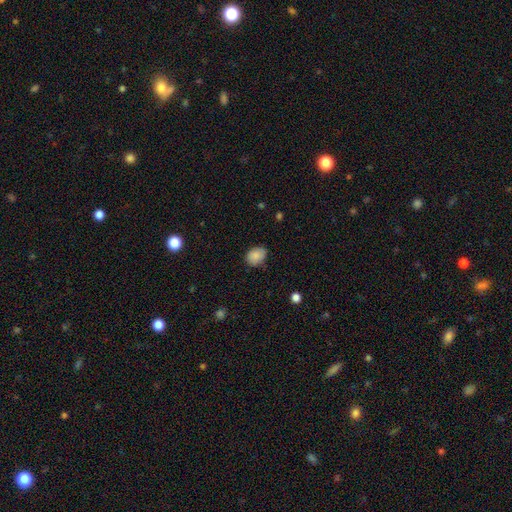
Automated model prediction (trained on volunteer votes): Morphology: type=smooth (87%); roundness=in between (65%); merging=none (73%).